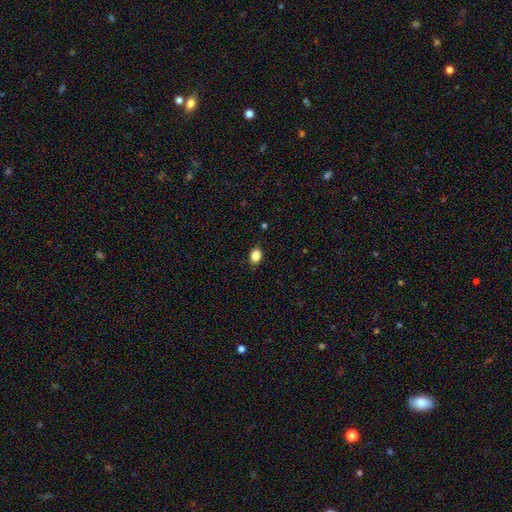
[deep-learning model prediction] Overall: smooth (86%). How rounded: in between (69%; round 30%). Merging: none (87%).